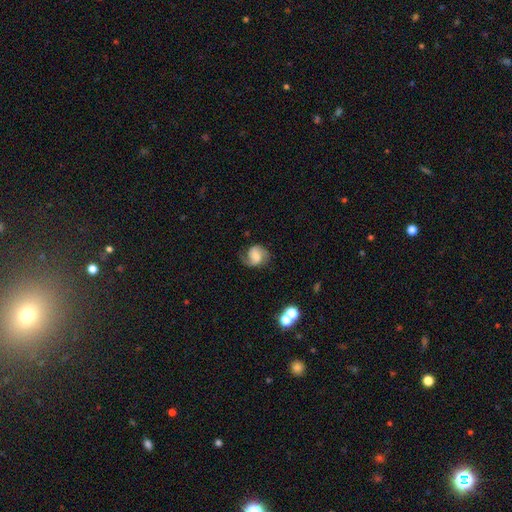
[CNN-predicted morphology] smooth-or-featured: featured or disk: 66% | smooth: 25% | star or artifact: 9%
  disk-edge-on: no: 98% | yes: 2%
    bar: weak: 43% | no: 42% | strong: 16%
    has-spiral-arms: yes: 94% | no: 6%
      spiral-winding: medium: 49% | loose: 28% | tight: 23%
      spiral-arm-count: 2: 85% | 1: 7% | can't tell: 5% | 3: 1% | 4: 1% | more than 4: 1%
    bulge-size: small: 31% | moderate: 27% | none: 24% | large: 14% | dominant: 4%
  merging: none: 70% | minor disturbance: 19% | major disturbance: 10% | merger: 2%